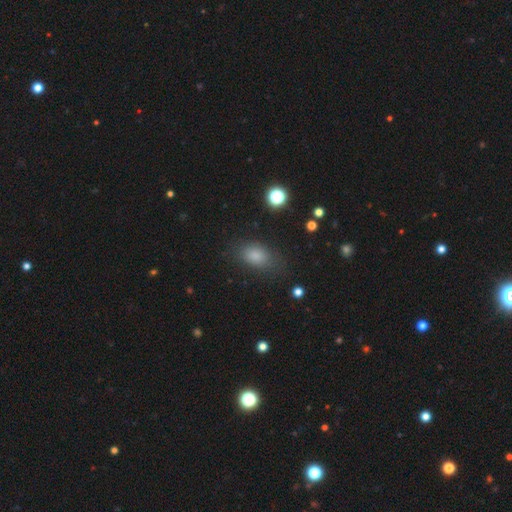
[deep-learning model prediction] Smooth or featured: smooth — 82% (star or artifact — 12%)
How rounded: in between — 81% (round — 17%)
Merging: none — 77% (minor disturbance — 15%)